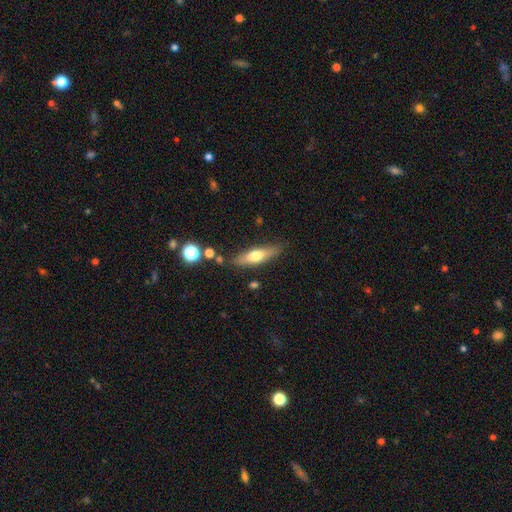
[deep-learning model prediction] smooth_or_featured: smooth (p=0.56) [alt: featured or disk p=0.38]
how_rounded: cigar-shaped (p=0.62) [alt: in between p=0.35]
merging: none (p=0.81) [alt: minor disturbance p=0.13]